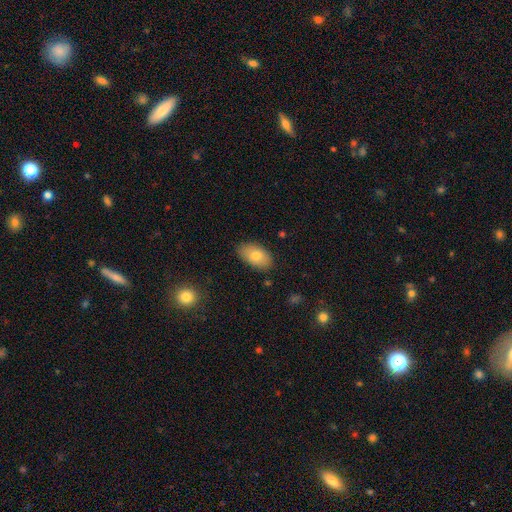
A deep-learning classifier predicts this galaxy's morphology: Smooth or featured: smooth — 77% (featured or disk — 16%)
How rounded: in between — 92% (round — 6%)
Merging: none — 85% (minor disturbance — 12%)